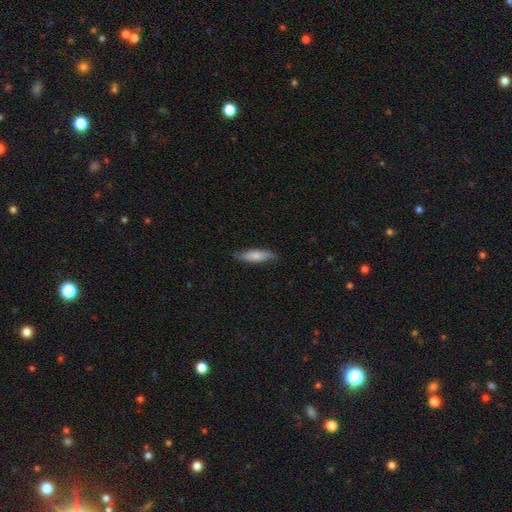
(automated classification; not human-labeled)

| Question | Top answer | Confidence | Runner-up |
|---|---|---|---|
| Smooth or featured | smooth | 76% | featured or disk (19%) |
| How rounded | cigar-shaped | 63% | in between (36%) |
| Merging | none | 79% | minor disturbance (17%) |